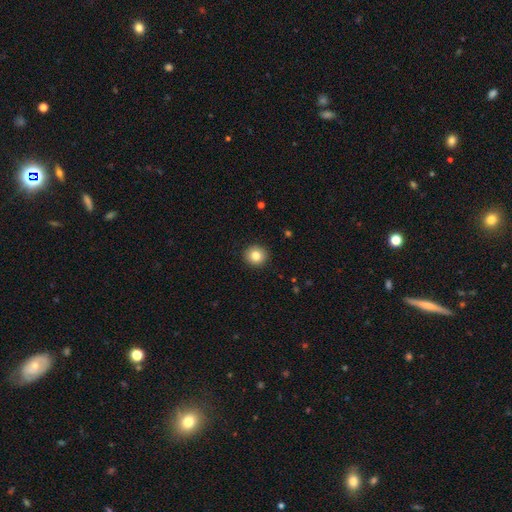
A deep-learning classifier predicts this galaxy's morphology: This appears to be a smooth galaxy with no disk features (82%) that is round (91%). Merging: none (92%).